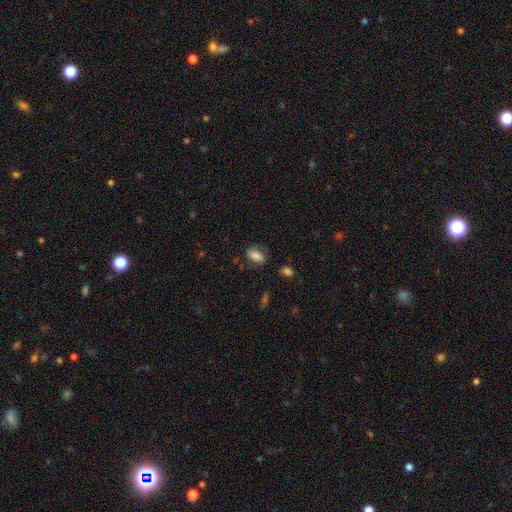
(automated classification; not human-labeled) This appears to be a smooth galaxy with no disk features (68%) that is in between round and cigar-shaped (85%). Merging: none (69%).